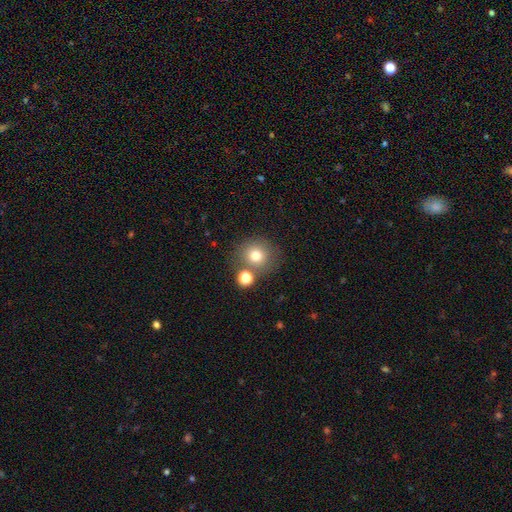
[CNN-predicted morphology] The model was most divided on "merging": none: 71%, merger: 15%, minor disturbance: 10%, major disturbance: 4%. More confident: how rounded — round (86%); smooth or featured — smooth (76%).